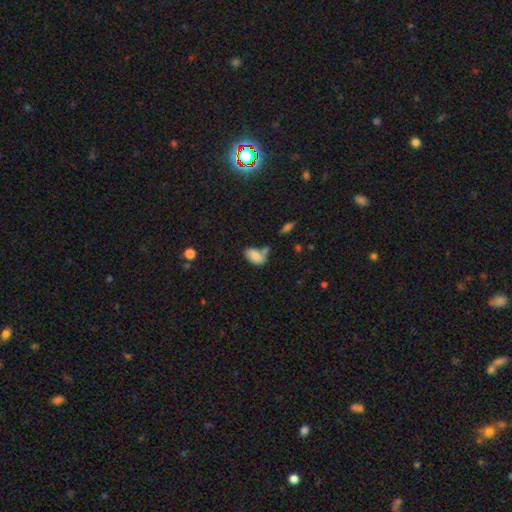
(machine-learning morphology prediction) A smooth galaxy with no disk features (83%) that is in between round and cigar-shaped (92%). Merging: none (44%).